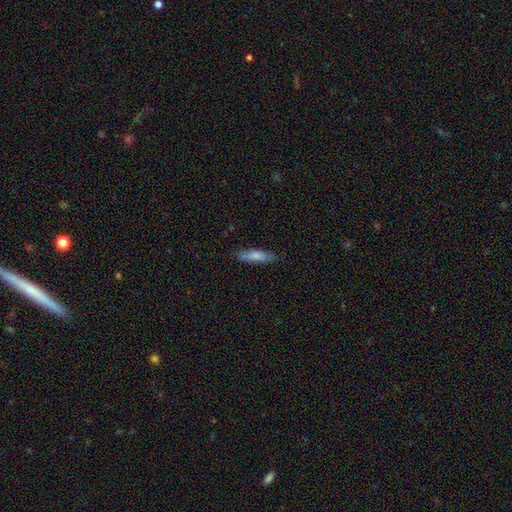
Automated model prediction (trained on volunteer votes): This is likely a smooth galaxy (78%). How rounded: likely cigar-shaped (61%). Merging: likely none (76%).